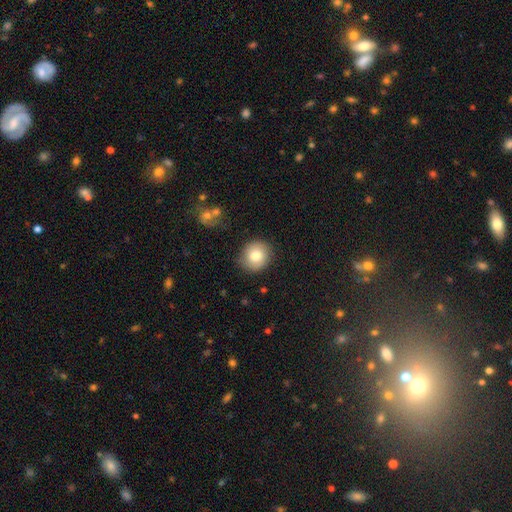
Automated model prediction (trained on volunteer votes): A smooth galaxy with no disk features (79%) that is round (80%).

Vote fractions:
- Smooth or featured? smooth: 79% / featured or disk: 12% / star or artifact: 8%
- How rounded? round: 80% / in between: 19% / cigar-shaped: 1%
- Merging? none: 84% / minor disturbance: 11% / major disturbance: 3% / merger: 2%